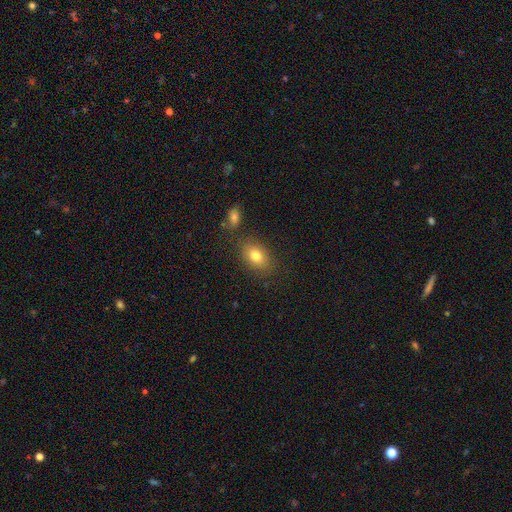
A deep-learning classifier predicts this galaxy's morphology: This appears to be a smooth galaxy with no disk features (79%) that is in between round and cigar-shaped (81%). Merging: none (80%).